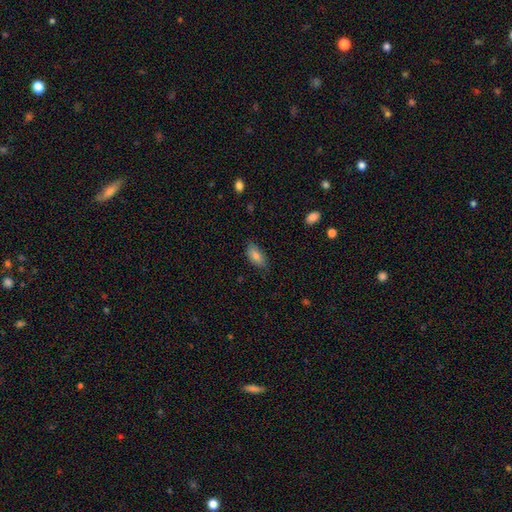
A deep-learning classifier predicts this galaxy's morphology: This appears to be a smooth galaxy with no disk features (78%) that is in between round and cigar-shaped (87%). Merging: none (76%).